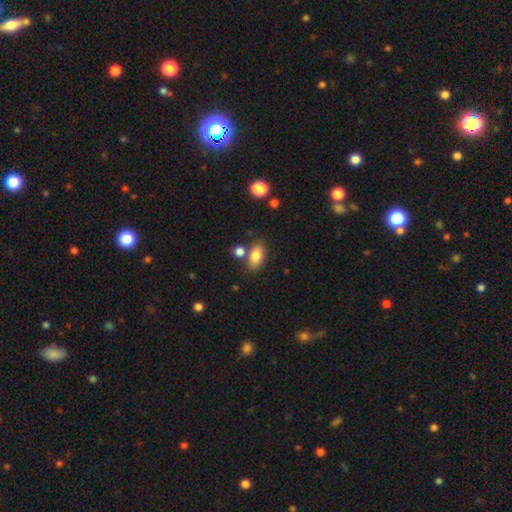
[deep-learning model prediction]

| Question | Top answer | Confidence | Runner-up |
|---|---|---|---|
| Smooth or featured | smooth | 82% | featured or disk (9%) |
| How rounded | in between | 88% | round (7%) |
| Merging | none | 70% | merger (14%) |